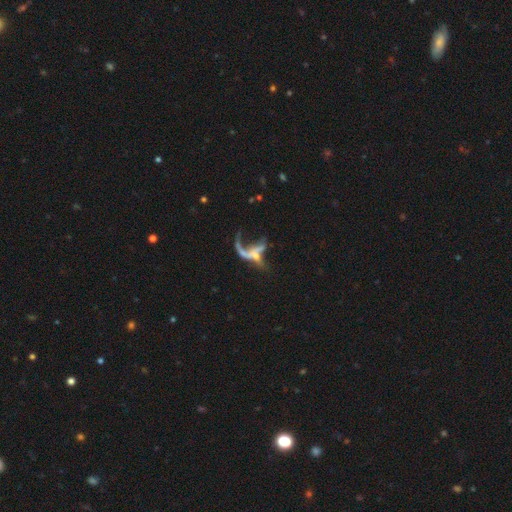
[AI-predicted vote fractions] Smooth or featured? Predicted: featured or disk (p=0.64). Edge-on disk? Predicted: no (p=0.82). Bar? Predicted: no (p=0.72). Spiral arms? Predicted: no (p=0.61). Bulge size? Predicted: small (p=0.41). Merging? Predicted: major disturbance (p=0.40).